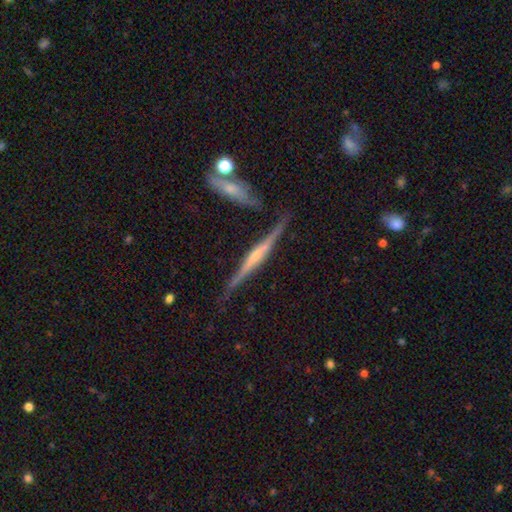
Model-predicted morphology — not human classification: This is likely a featured or disk galaxy (76%). It is clearly viewed edge-on (97%). Edge-on bulge: possibly rounded (49%). Merging: likely none (79%).